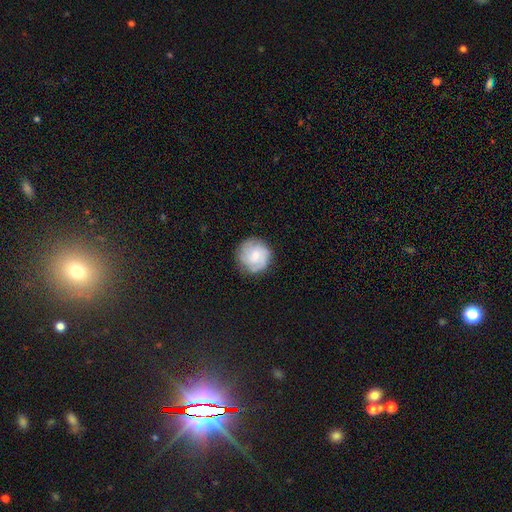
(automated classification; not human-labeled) smooth-or-featured: featured or disk: 61% | smooth: 31% | star or artifact: 7%
  disk-edge-on: no: 98% | yes: 2%
    bar: no: 66% | weak: 30% | strong: 4%
    has-spiral-arms: yes: 93% | no: 7%
      spiral-winding: tight: 58% | medium: 33% | loose: 9%
      spiral-arm-count: 3: 40% | can't tell: 23% | 2: 17% | 4: 11% | 1: 5% | more than 4: 5%
    bulge-size: small: 54% | moderate: 39% | none: 3% | large: 3% | dominant: 1%
  merging: none: 83% | minor disturbance: 12% | major disturbance: 3% | merger: 1%